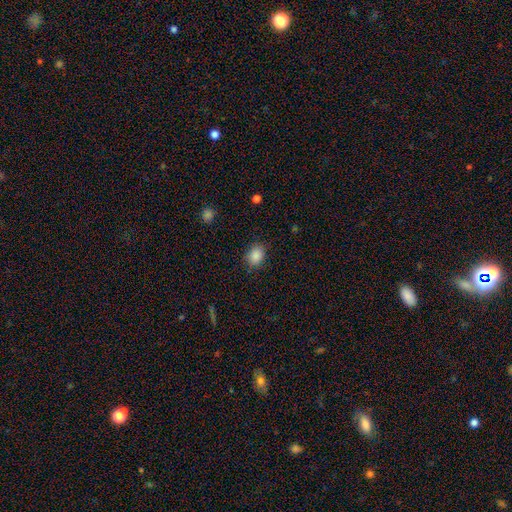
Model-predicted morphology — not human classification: The model was most divided on "how rounded": in between: 57%, round: 42%, cigar-shaped: 1%. More confident: smooth or featured — smooth (87%); merging — none (83%).